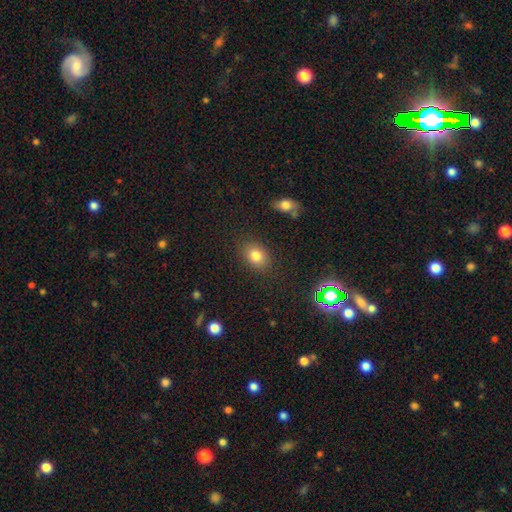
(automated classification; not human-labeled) Smooth or featured? Predicted: smooth (p=0.79). How rounded? Predicted: in between (p=0.64). Merging? Predicted: none (p=0.84).